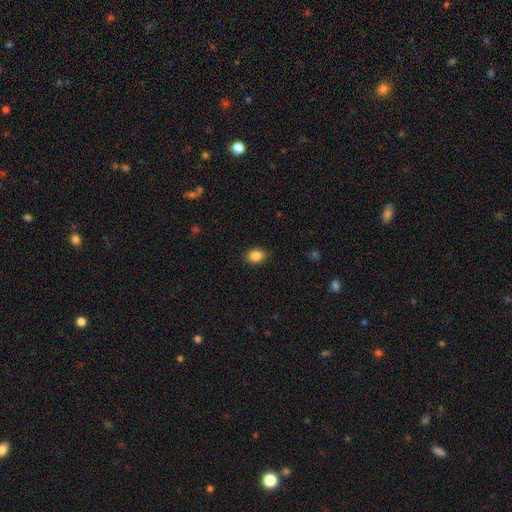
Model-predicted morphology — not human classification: Smooth or featured: smooth — 87% (star or artifact — 9%)
How rounded: in between — 66% (round — 33%)
Merging: none — 87% (minor disturbance — 9%)